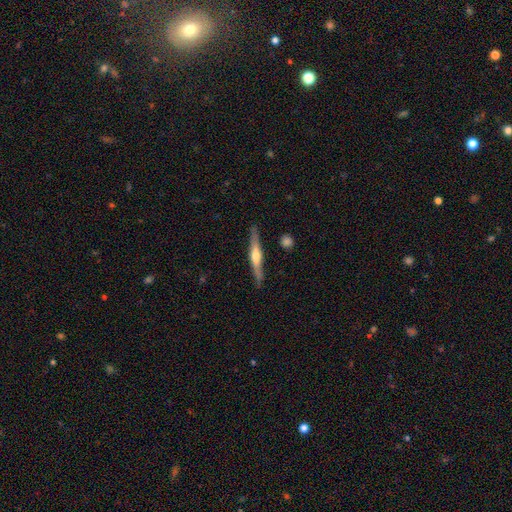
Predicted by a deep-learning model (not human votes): This appears to be a featured or disk galaxy (64%) viewed edge-on (96%) with a rounded central bulge (82%). Merging: none (86%).